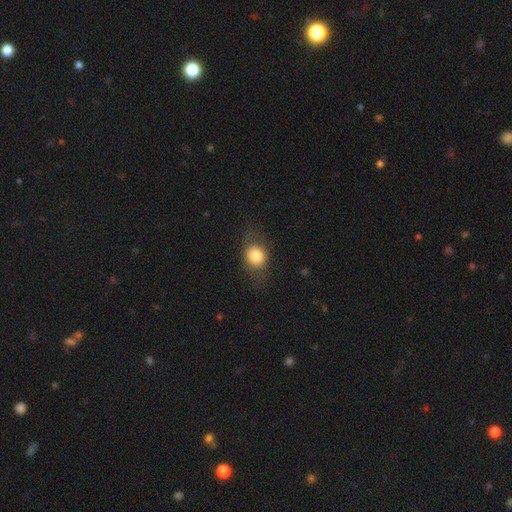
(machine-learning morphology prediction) Smooth or featured? Predicted: smooth (p=0.78). How rounded? Predicted: round (p=0.59). Merging? Predicted: none (p=0.72).